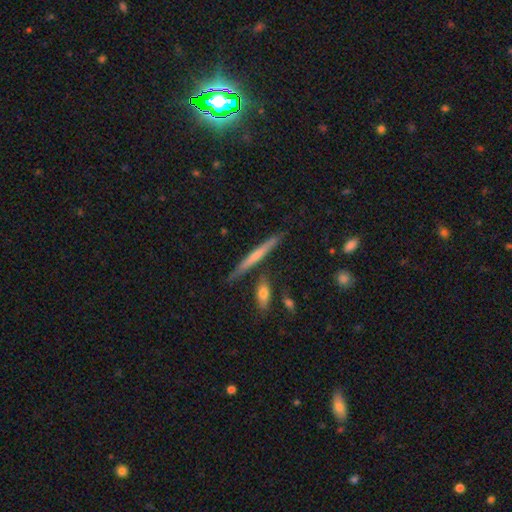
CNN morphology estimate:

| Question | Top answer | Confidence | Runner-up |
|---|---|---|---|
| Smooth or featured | featured or disk | 49% | smooth (44%) |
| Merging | none | 83% | minor disturbance (10%) |